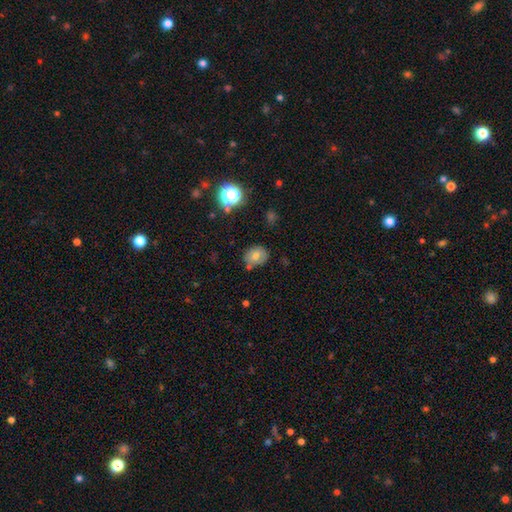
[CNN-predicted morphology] A smooth galaxy with no disk features (72%) that is round (57%).

Vote fractions:
- Smooth or featured? smooth: 72% / featured or disk: 15% / star or artifact: 13%
- How rounded? round: 57% / in between: 42% / cigar-shaped: 1%
- Merging? none: 74% / minor disturbance: 16% / merger: 7% / major disturbance: 4%